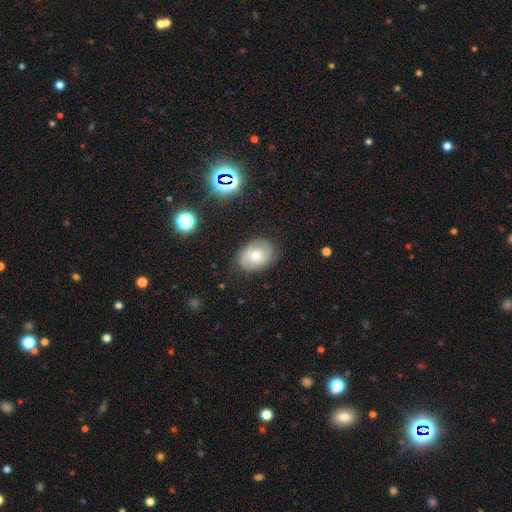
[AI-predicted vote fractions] This appears to be a smooth galaxy with no disk features (48%). Merging: none (79%).